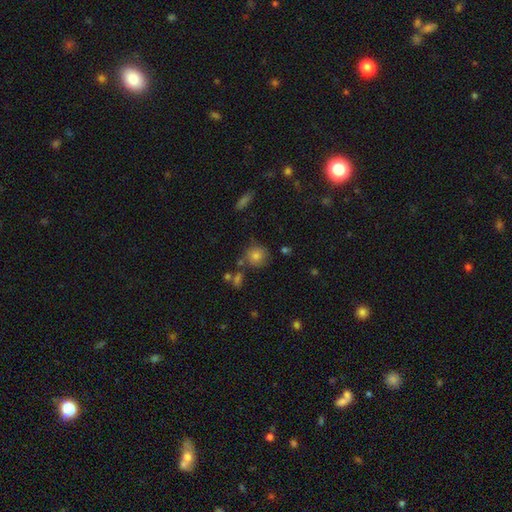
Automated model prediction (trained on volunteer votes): Smooth or featured?
  - smooth: 79% *
  - star or artifact: 11%
  - featured or disk: 10%
How rounded?
  - round: 86% *
  - in between: 13%
  - cigar-shaped: 1%
Merging?
  - none: 71% *
  - minor disturbance: 15%
  - merger: 9%
  - major disturbance: 4%